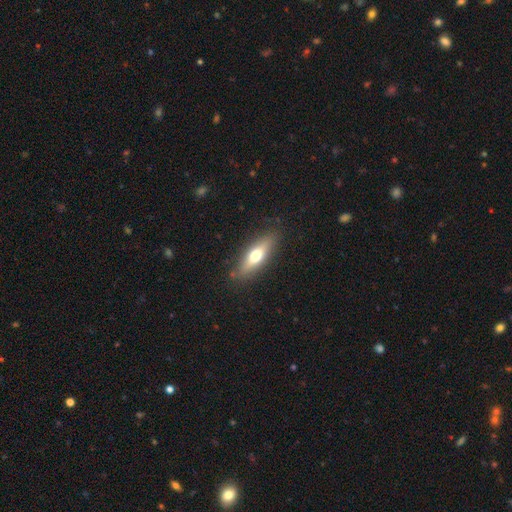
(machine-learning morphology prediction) type=smooth (56%); roundness=cigar-shaped (51%); merging=none (85%).